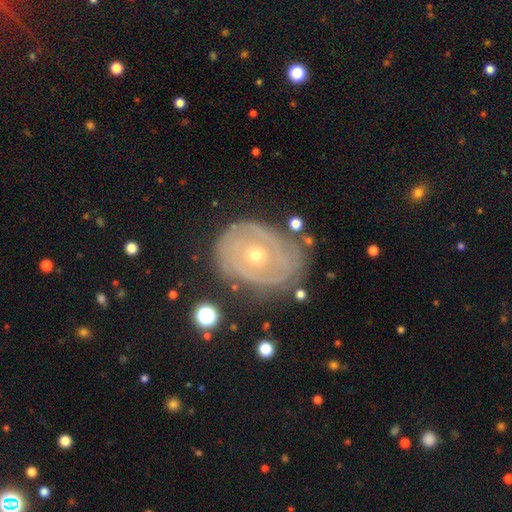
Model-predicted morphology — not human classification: Smooth or featured? featured or disk (80%)
Edge-on disk? no (96%)
Bar? no (78%)
Spiral arms? yes (79%)
Spiral winding? tight (78%)
Spiral arm count? can't tell (42%)
Bulge size? small (55%)
Merging? none (74%)